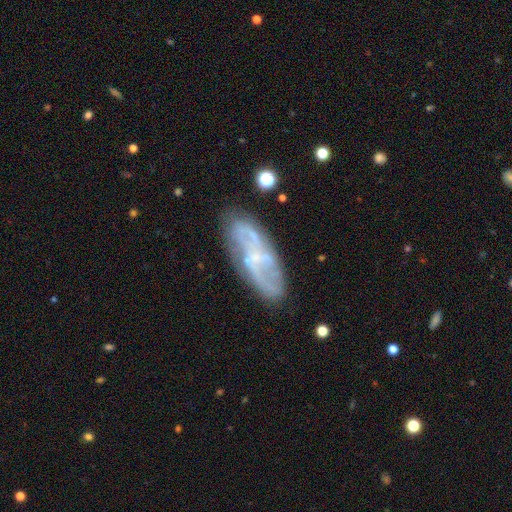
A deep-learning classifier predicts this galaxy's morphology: The model was most divided on "bulge size": small: 50%, none: 39%, moderate: 9%, large: 1%, dominant: 1%. Remaining: edge-on disk — no (88%); spiral arms — yes (73%); merging — none (71%); smooth or featured — featured or disk (69%); bar — no (48%).